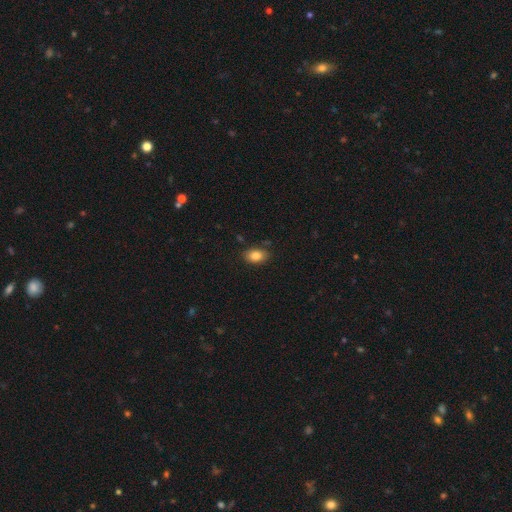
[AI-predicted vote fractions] Overall: smooth (85%). How rounded: in between (86%). Merging: none (84%).